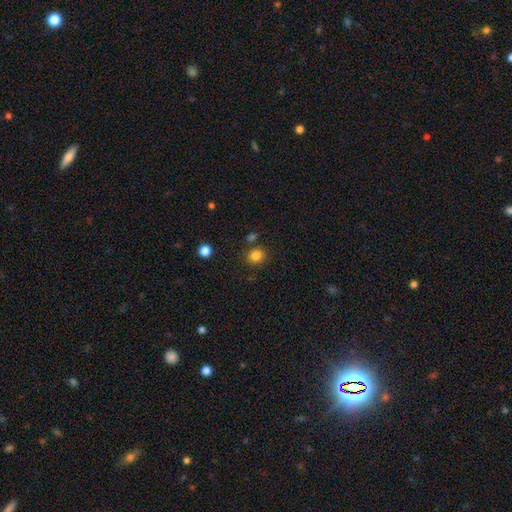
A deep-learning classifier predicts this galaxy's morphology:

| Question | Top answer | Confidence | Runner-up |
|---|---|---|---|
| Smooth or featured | smooth | 83% | star or artifact (12%) |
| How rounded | round | 79% | in between (20%) |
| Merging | none | 80% | minor disturbance (10%) |